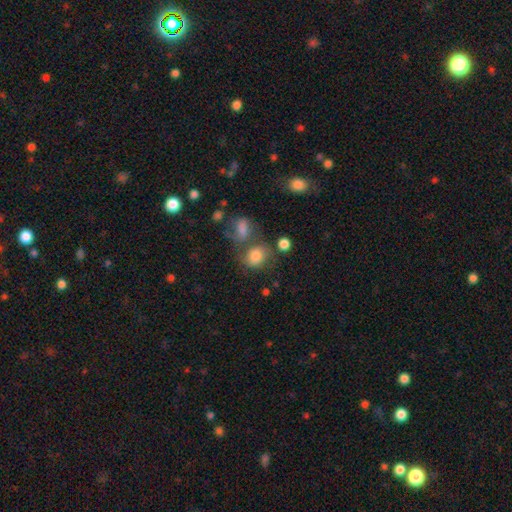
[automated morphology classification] smooth-or-featured: smooth: 76% | featured or disk: 13% | star or artifact: 11%
  how-rounded: round: 59% | in between: 40% | cigar-shaped: 1%
  merging: none: 47% | merger: 25% | minor disturbance: 18% | major disturbance: 10%